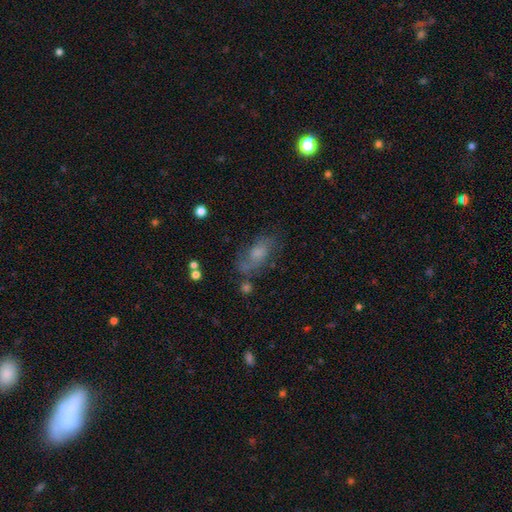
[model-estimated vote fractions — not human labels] Smooth or featured? featured or disk (45%)
Merging? none (61%)